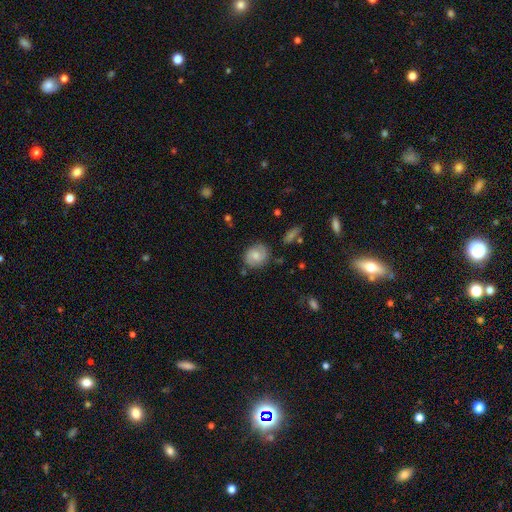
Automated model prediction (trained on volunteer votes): Smooth or featured?
  - featured or disk: 50% *
  - smooth: 42%
  - star or artifact: 8%
Merging?
  - none: 78% *
  - minor disturbance: 16%
  - major disturbance: 4%
  - merger: 2%